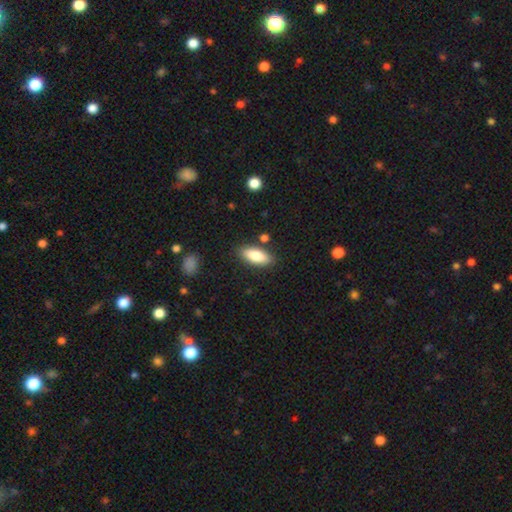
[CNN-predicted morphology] Smooth or featured: smooth — 81% (featured or disk — 13%)
How rounded: in between — 79% (cigar-shaped — 18%)
Merging: none — 84% (minor disturbance — 10%)